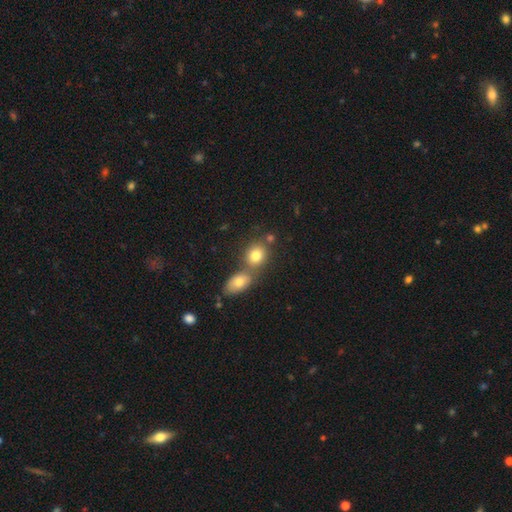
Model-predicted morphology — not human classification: Smooth or featured: smooth — 79% (featured or disk — 11%)
How rounded: round — 54% (in between — 45%)
Merging: none — 45% (merger — 44%)